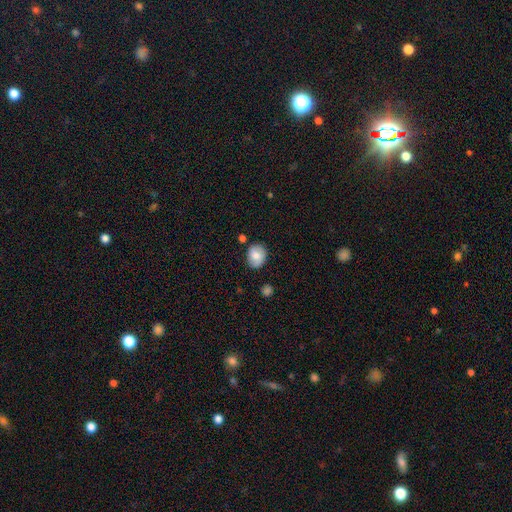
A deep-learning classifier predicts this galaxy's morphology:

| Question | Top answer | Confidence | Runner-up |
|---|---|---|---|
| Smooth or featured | smooth | 77% | featured or disk (15%) |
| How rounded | round | 54% | in between (45%) |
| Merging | none | 78% | minor disturbance (16%) |